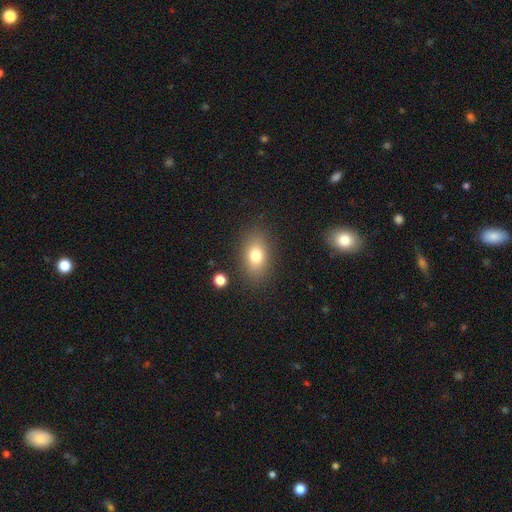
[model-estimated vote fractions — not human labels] This appears to be a smooth galaxy with no disk features (77%) that is in between round and cigar-shaped (83%). Merging: none (84%).